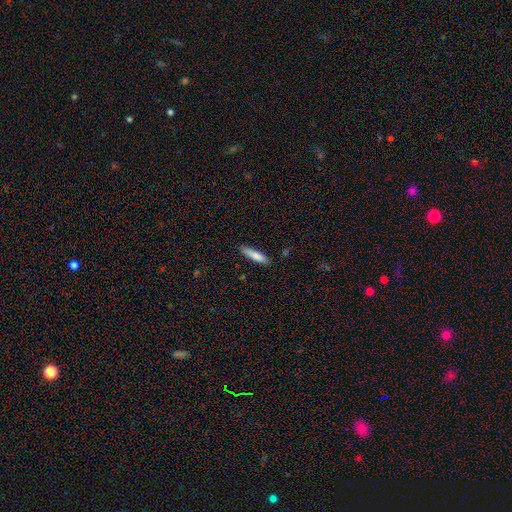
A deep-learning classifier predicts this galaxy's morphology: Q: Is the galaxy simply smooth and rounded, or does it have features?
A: smooth — 80%.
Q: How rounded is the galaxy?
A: cigar-shaped — 82%.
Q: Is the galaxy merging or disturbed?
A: none — 85%.